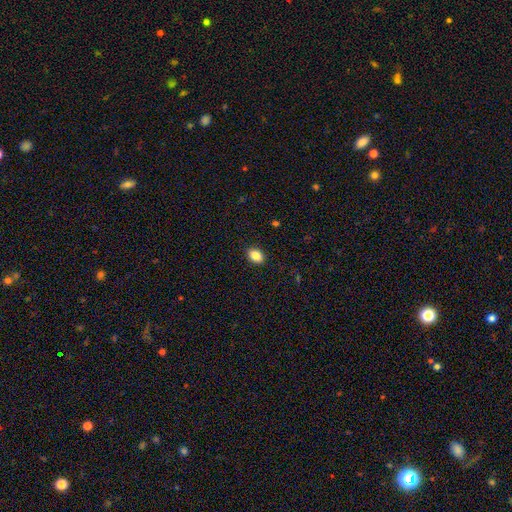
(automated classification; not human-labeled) Smooth or featured? Predicted: smooth (p=0.86). How rounded? Predicted: in between (p=0.76). Merging? Predicted: none (p=0.90).